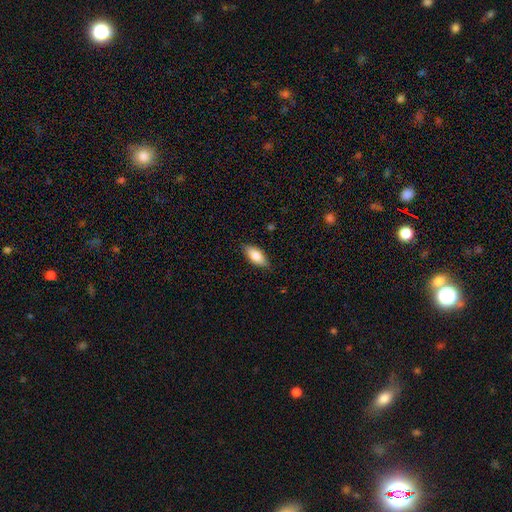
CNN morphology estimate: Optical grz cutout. It shows a smooth galaxy with no disk features (82%) that is in between round and cigar-shaped (84%). Merging: none (85%).